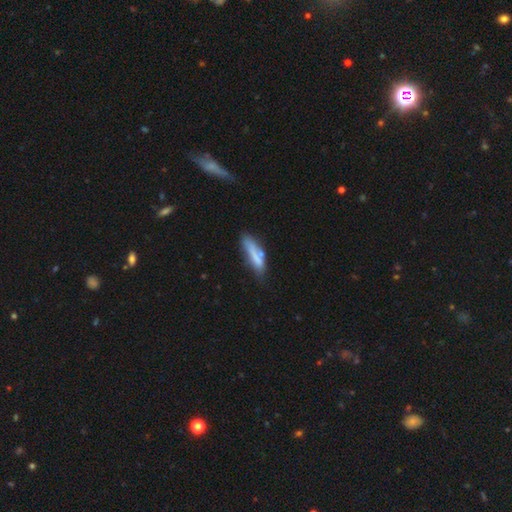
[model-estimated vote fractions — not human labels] Smooth or featured? smooth (67%)
How rounded? cigar-shaped (67%)
Merging? none (49%)